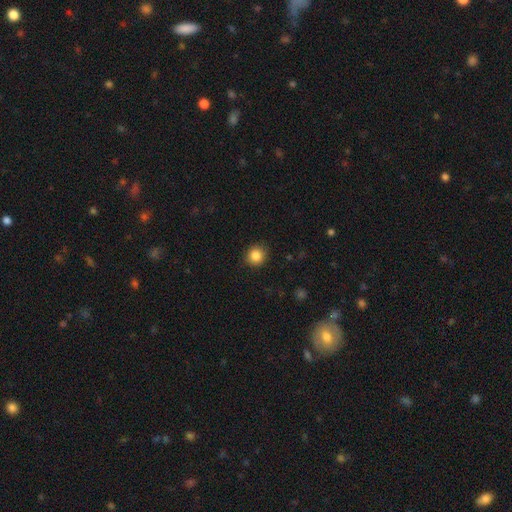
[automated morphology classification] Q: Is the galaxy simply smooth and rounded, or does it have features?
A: smooth — 86%.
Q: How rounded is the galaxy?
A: round — 89%.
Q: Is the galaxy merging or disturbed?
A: none — 89%.